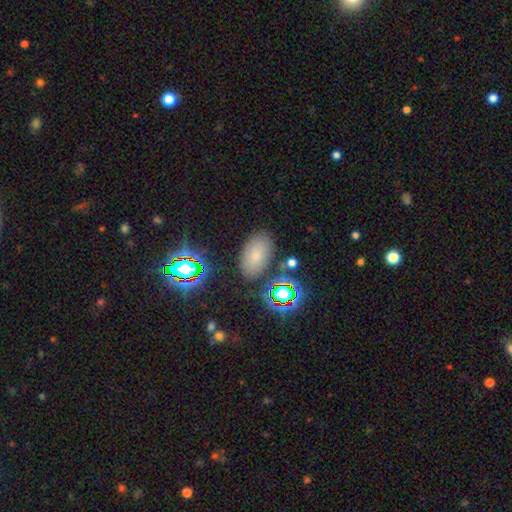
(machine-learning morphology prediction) smooth 67%, star or artifact 21%, featured or disk 12%. Down the decision tree: how rounded — in between (91%); merging — none (82%).